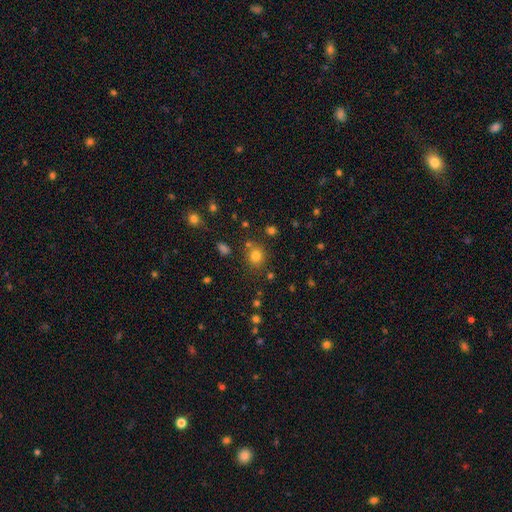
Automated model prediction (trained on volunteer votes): Smooth or featured? smooth (77%)
How rounded? round (83%)
Merging? none (80%)